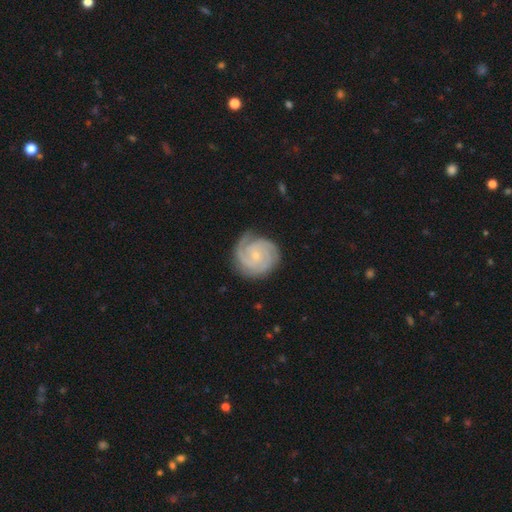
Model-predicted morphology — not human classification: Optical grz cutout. It shows a featured or disk galaxy (89%) with no bar (69%), 3 (44%) tight (74%) spiral arms (98%) and a small central bulge (76%). Merging: none (80%).